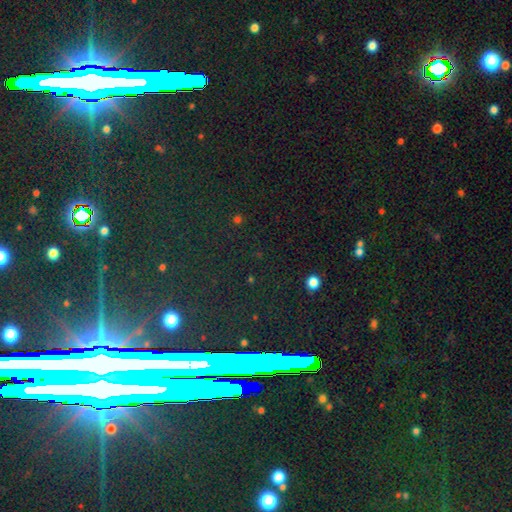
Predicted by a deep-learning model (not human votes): This is likely a star or artifact rather than a galaxy (78%).